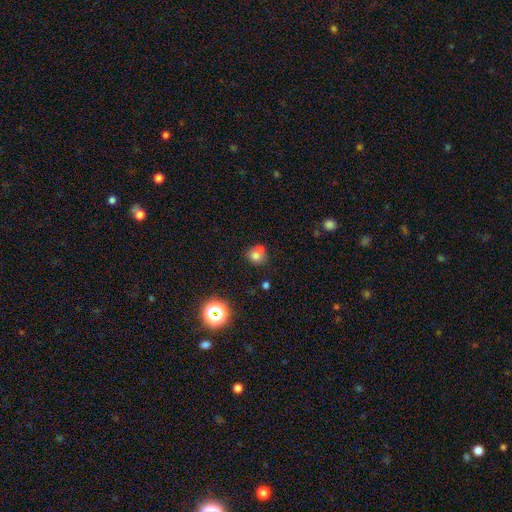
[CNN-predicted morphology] Smooth or featured: smooth — 71% (star or artifact — 15%)
How rounded: round — 80% (in between — 19%)
Merging: merger — 46% (none — 41%)